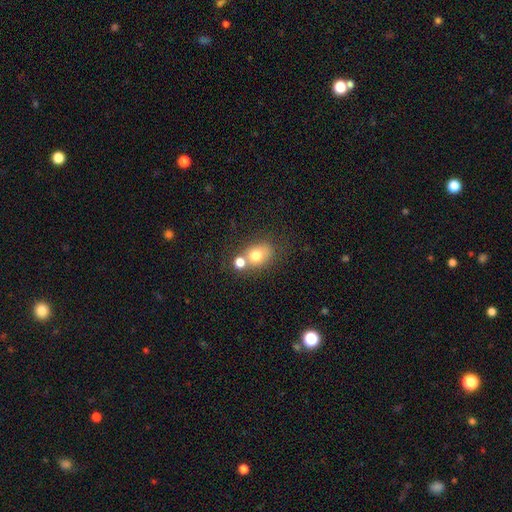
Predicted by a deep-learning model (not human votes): Smooth or featured?
  - smooth: 74% *
  - featured or disk: 14%
  - star or artifact: 13%
How rounded?
  - round: 56% *
  - in between: 43%
  - cigar-shaped: 1%
Merging?
  - none: 45% *
  - merger: 39%
  - minor disturbance: 11%
  - major disturbance: 5%